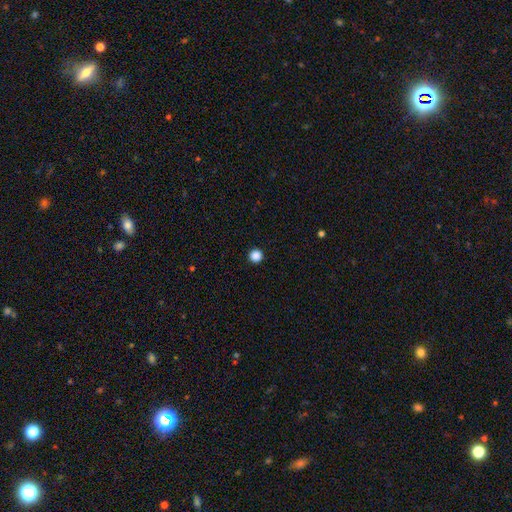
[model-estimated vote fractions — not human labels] Smooth or featured? smooth (87%)
How rounded? round (97%)
Merging? none (94%)